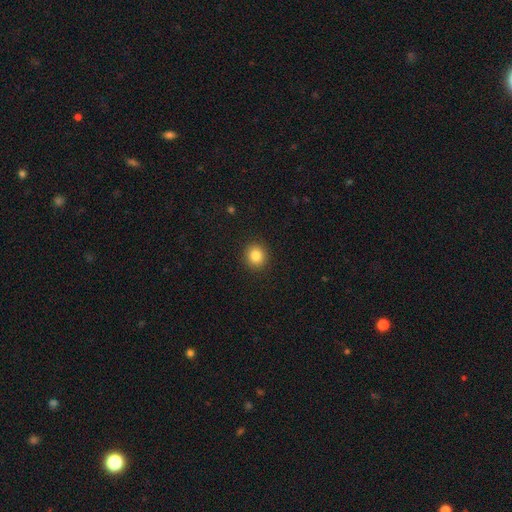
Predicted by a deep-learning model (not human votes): The model was most divided on "smooth or featured": smooth: 84%, star or artifact: 10%, featured or disk: 5%. More confident: merging — none (92%); how rounded — round (89%).